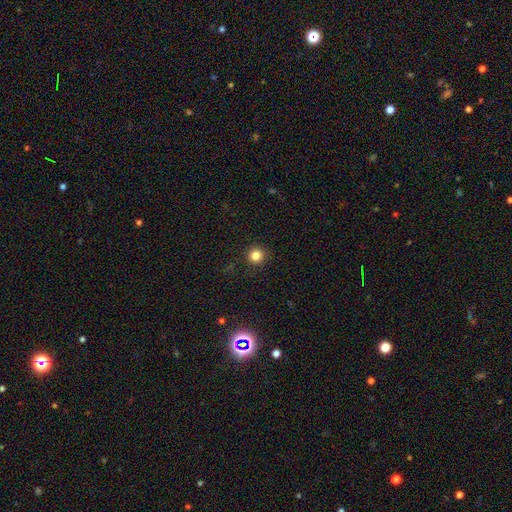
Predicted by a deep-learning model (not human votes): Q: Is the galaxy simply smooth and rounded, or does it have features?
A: smooth — 83%.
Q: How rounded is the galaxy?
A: round — 95%.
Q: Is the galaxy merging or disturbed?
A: none — 92%.